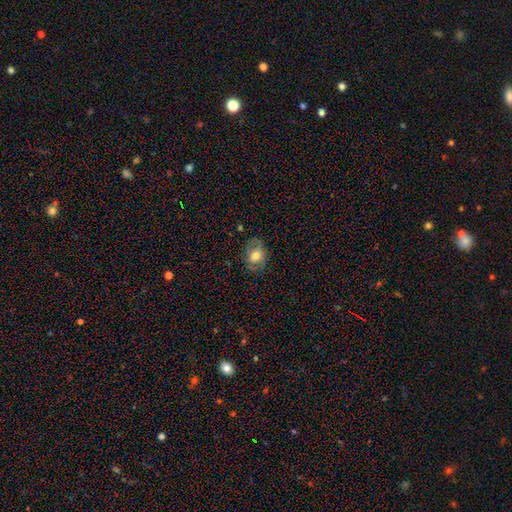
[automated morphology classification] Q: Smooth or featured?
A: smooth (62%); runner-up: featured or disk (29%)
Q: How rounded?
A: in between (66%); runner-up: round (33%)
Q: Merging?
A: none (72%); runner-up: minor disturbance (20%)